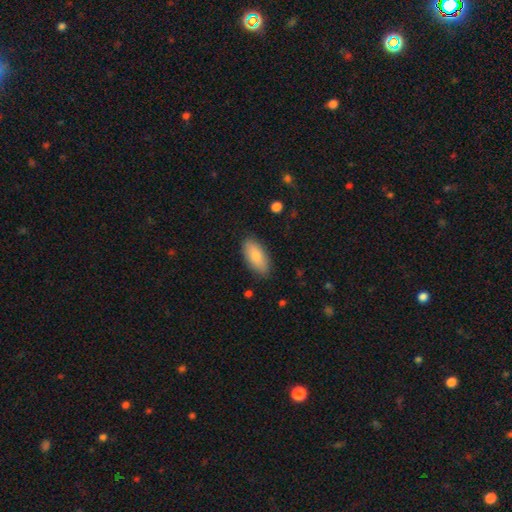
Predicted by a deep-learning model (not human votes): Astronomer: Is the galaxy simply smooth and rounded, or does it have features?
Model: smooth — 82%.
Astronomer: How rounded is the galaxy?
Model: in between — 88%.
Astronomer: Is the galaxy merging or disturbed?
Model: none — 85%.